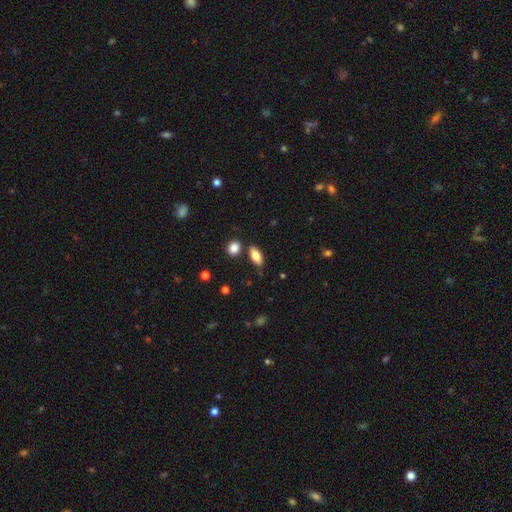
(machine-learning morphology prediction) A smooth galaxy with no disk features (78%) that is in between round and cigar-shaped (84%).

Vote fractions:
- Smooth or featured? smooth: 78% / featured or disk: 15% / star or artifact: 7%
- How rounded? in between: 84% / cigar-shaped: 12% / round: 3%
- Merging? none: 79% / minor disturbance: 12% / merger: 7% / major disturbance: 3%